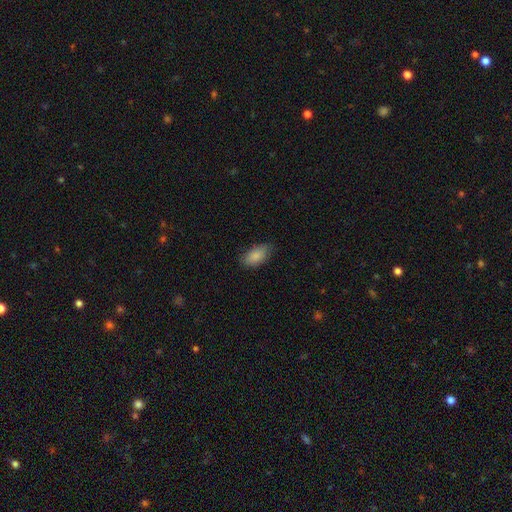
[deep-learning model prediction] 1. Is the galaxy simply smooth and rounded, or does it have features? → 87% smooth, 6% star or artifact, 6% featured or disk.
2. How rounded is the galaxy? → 93% in between, 4% cigar-shaped, 3% round.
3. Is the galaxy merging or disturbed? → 77% none, 19% minor disturbance, 3% major disturbance, 1% merger.